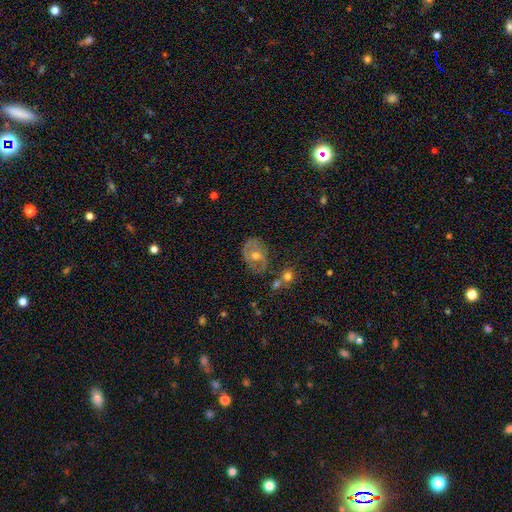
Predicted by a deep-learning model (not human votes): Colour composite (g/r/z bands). It shows a featured or disk galaxy (62%) with no bar (44%), spiral arms (66%) and a moderate central bulge (71%). Merging: none (67%).